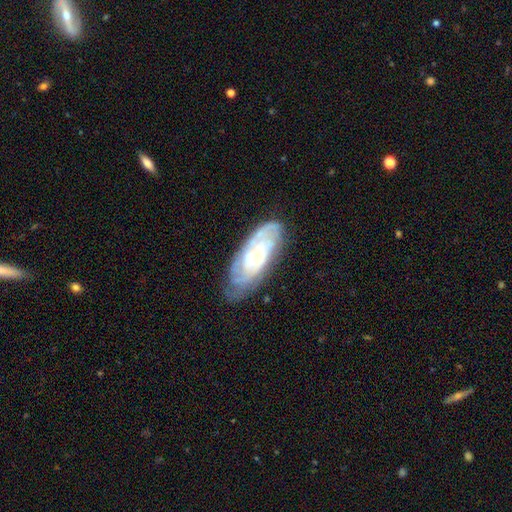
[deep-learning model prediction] Q: Smooth or featured?
A: featured or disk (80%); runner-up: smooth (14%)
Q: Edge-on disk?
A: no (91%); runner-up: yes (9%)
Q: Bar?
A: no (67%); runner-up: weak (26%)
Q: Spiral arms?
A: yes (93%); runner-up: no (7%)
Q: Spiral winding?
A: tight (69%); runner-up: medium (25%)
Q: Spiral arm count?
A: can't tell (40%); runner-up: 2 (22%)
Q: Bulge size?
A: small (66%); runner-up: moderate (27%)
Q: Merging?
A: none (72%); runner-up: minor disturbance (20%)